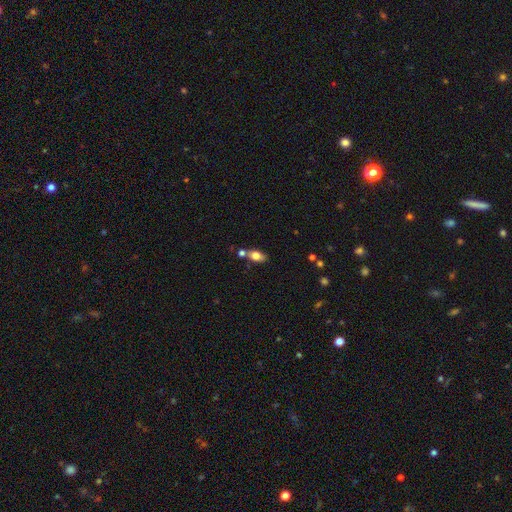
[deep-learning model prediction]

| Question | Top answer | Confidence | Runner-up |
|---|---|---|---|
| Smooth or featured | smooth | 73% | featured or disk (19%) |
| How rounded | in between | 84% | round (8%) |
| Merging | none | 62% | merger (19%) |